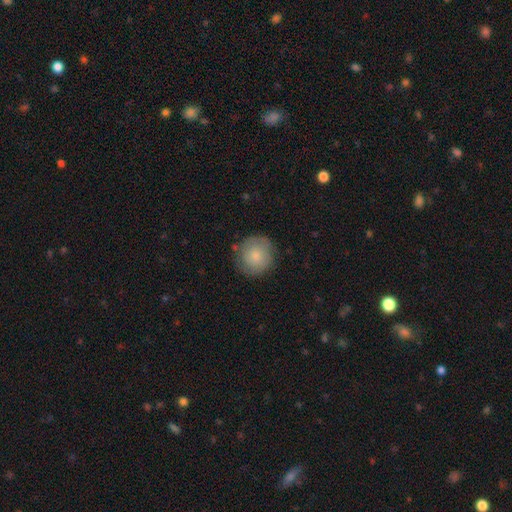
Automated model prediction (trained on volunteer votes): This is likely a smooth galaxy (78%). How rounded: clearly round (93%). Merging: likely none (80%).